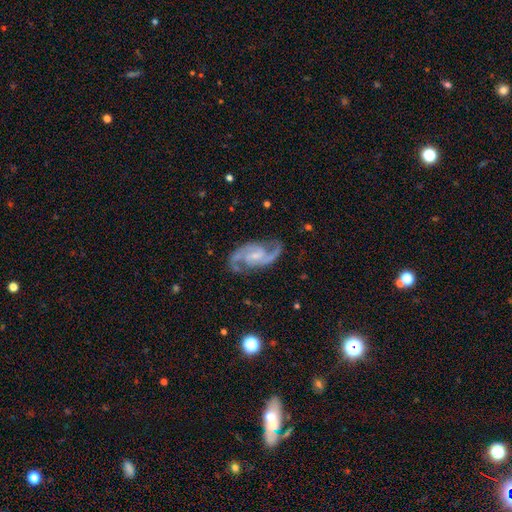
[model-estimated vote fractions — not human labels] A featured or disk galaxy (92%) with a weak bar (51%), 2 (93%) medium (63%) spiral arms (98%) and a small central bulge (56%).

Vote fractions:
- Smooth or featured? featured or disk: 92% / star or artifact: 4% / smooth: 4%
- Edge-on disk? no: 97% / yes: 3%
- Bar? weak: 51% / no: 31% / strong: 17%
- Spiral arms? yes: 98% / no: 2%
- Spiral winding? medium: 63% / loose: 19% / tight: 18%
- Spiral arm count? 2: 93% / can't tell: 2% / 3: 2% / 1: 1% / 4: 1% / more than 4: 1%
- Bulge size? small: 56% / moderate: 22% / none: 19% / large: 2% / dominant: 1%
- Merging? none: 79% / minor disturbance: 14% / major disturbance: 5% / merger: 2%